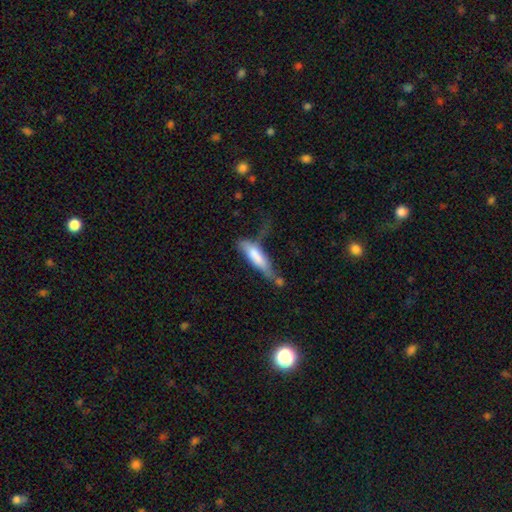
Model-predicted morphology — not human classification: Smooth or featured? smooth (67%)
How rounded? cigar-shaped (62%)
Merging? minor disturbance (30%)